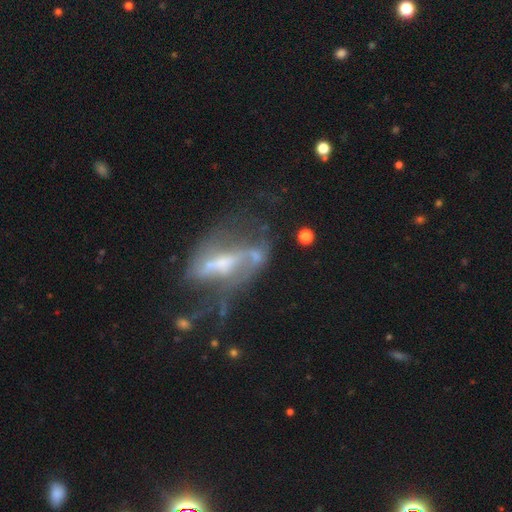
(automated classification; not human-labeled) This is likely a featured or disk galaxy (72%). It is clearly not viewed edge-on (81%). Bar: marginally strong (42%). Spiral arm pattern: possibly yes (52%). Central bulge: marginally moderate (35%). Merging: marginally major disturbance (36%).